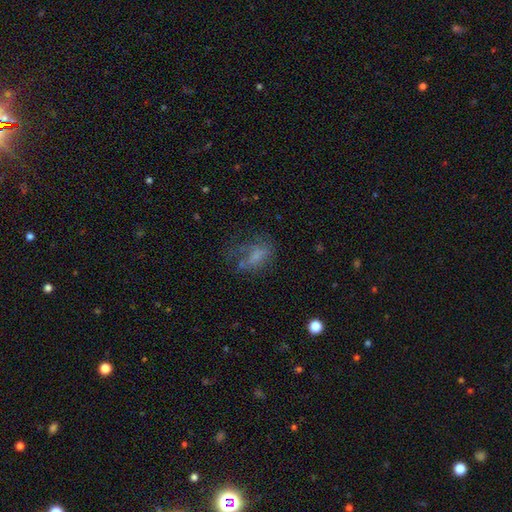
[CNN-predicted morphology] smooth-or-featured: smooth: 51% | featured or disk: 33% | star or artifact: 16%
  how-rounded: in between: 80% | round: 14% | cigar-shaped: 6%
  merging: none: 37% (tied) | major disturbance: 37% (tied) | minor disturbance: 22% | merger: 4%